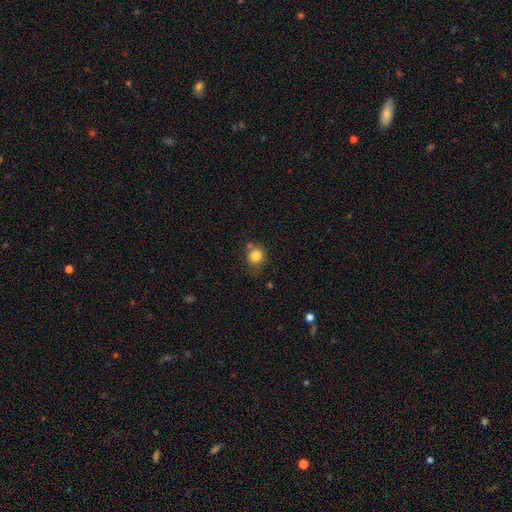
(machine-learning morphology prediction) The model was most divided on "merging": none: 64%, minor disturbance: 19%, merger: 12%, major disturbance: 5%. More confident: smooth or featured — smooth (83%); how rounded — round (82%).